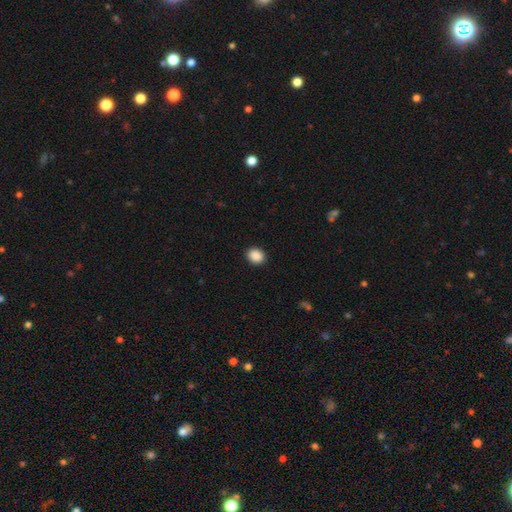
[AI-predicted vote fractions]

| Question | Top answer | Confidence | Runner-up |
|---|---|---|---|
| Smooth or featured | smooth | 89% | star or artifact (8%) |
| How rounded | round | 53% | in between (46%) |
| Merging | none | 91% | minor disturbance (6%) |